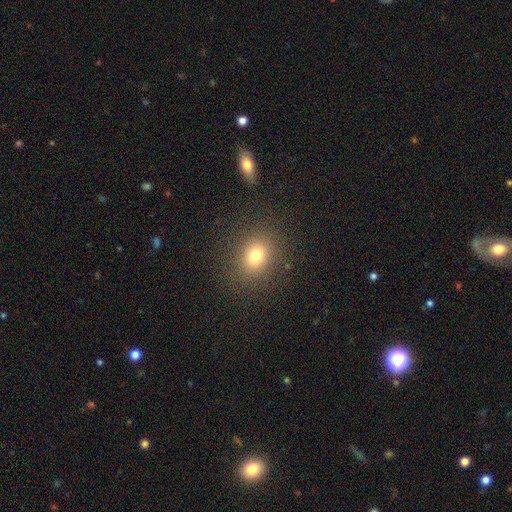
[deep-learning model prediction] Smooth or featured?
  - smooth: 76% *
  - star or artifact: 15%
  - featured or disk: 9%
How rounded?
  - round: 55% *
  - in between: 44%
  - cigar-shaped: 1%
Merging?
  - none: 86% *
  - minor disturbance: 9%
  - major disturbance: 4%
  - merger: 1%